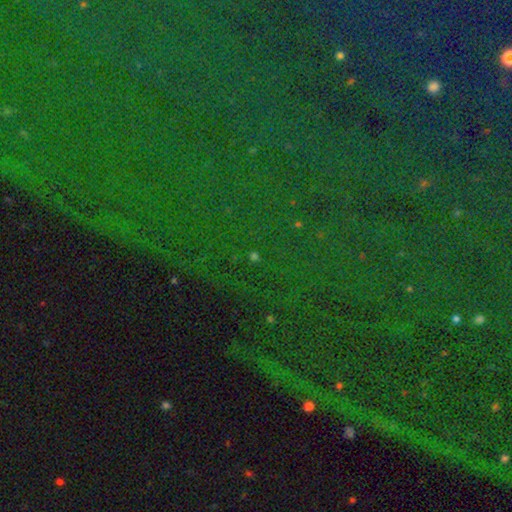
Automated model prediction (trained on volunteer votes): Smooth or featured? Predicted: star or artifact (p=0.84).